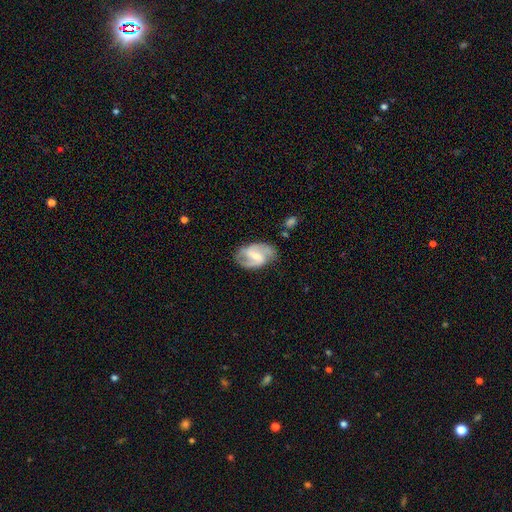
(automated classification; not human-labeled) Overall: featured or disk (83%). Edge-on disk: no (97%). Bar: weak (47%; strong 37%). Spiral arms: yes (94%). Spiral arm count: 2 (89%). Spiral winding: medium (51%; loose 29%). Bulge size: small (56%; moderate 35%). Merging: none (76%).